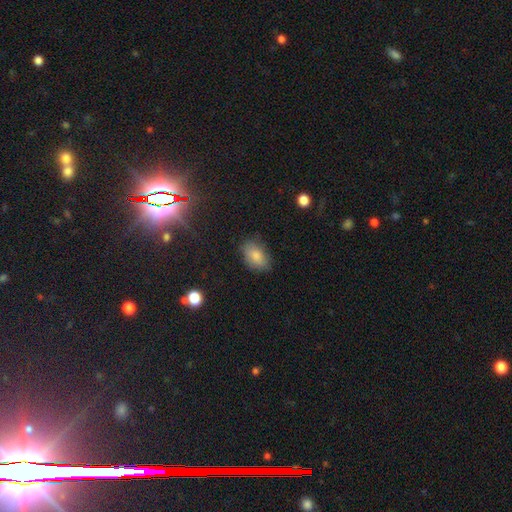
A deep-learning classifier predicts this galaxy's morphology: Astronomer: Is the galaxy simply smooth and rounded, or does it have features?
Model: smooth — 82%.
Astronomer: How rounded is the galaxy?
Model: in between — 89%.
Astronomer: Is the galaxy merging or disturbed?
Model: none — 78%.